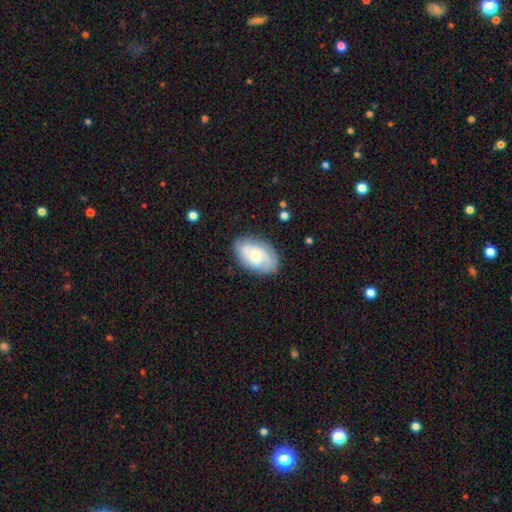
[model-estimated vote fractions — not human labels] The model was most divided on "bulge size": moderate: 52%, small: 40%, large: 5%, none: 2%, dominant: 1%. More confident: edge-on disk — no (95%); spiral arms — yes (85%); merging — none (79%); bar — no (62%); smooth or featured — featured or disk (59%).